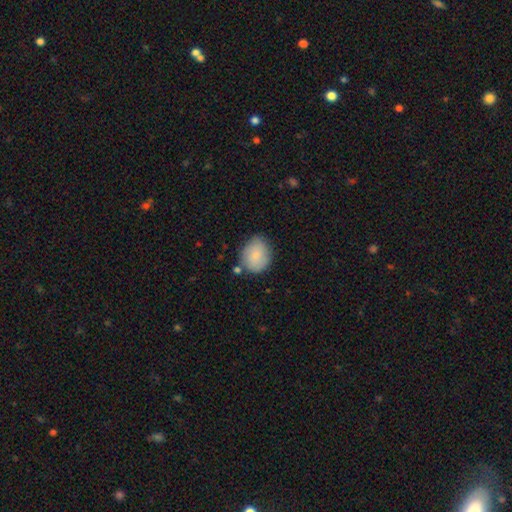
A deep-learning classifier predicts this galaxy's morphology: smooth_or_featured: smooth (p=0.80) [alt: featured or disk p=0.14]
how_rounded: round (p=0.57) [alt: in between p=0.42]
merging: none (p=0.68) [alt: minor disturbance p=0.21]